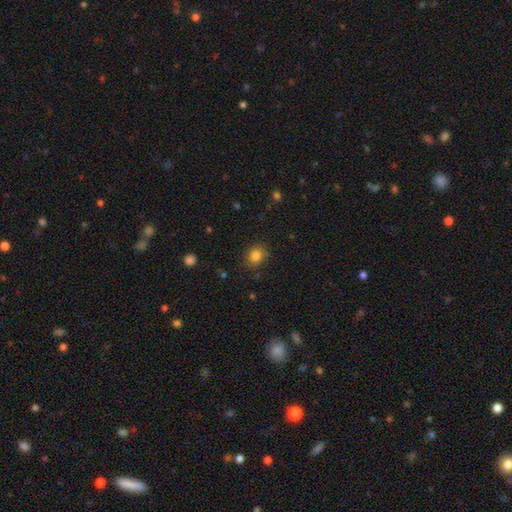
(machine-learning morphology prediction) This is clearly a smooth galaxy (82%). How rounded: likely round (70%). Merging: clearly none (83%).